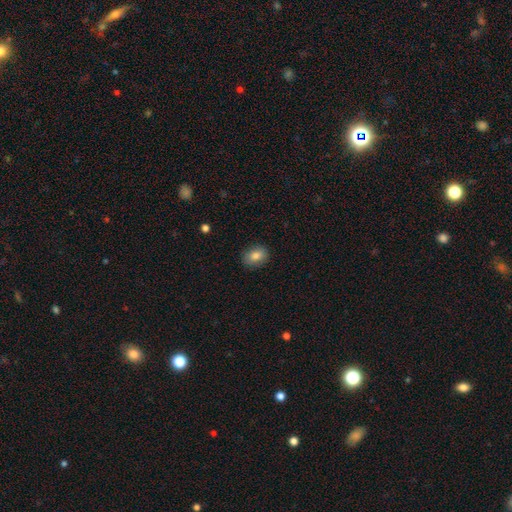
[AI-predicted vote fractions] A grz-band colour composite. It shows a smooth galaxy with no disk features (82%) that is in between round and cigar-shaped (67%). Merging: none (86%).